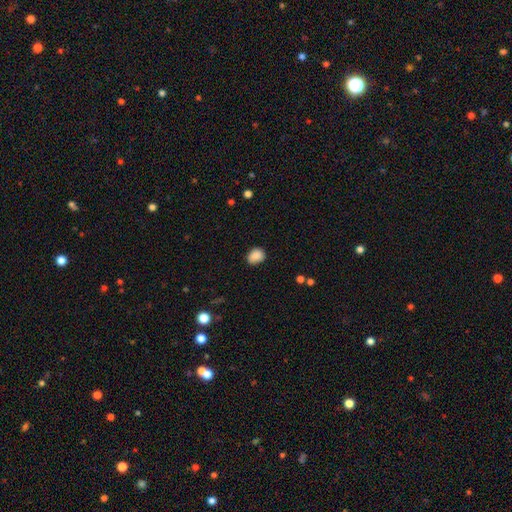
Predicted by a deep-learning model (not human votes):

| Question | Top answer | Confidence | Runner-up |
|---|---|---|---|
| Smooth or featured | smooth | 88% | star or artifact (9%) |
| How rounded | in between | 50% | round (49%) |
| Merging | none | 82% | minor disturbance (14%) |